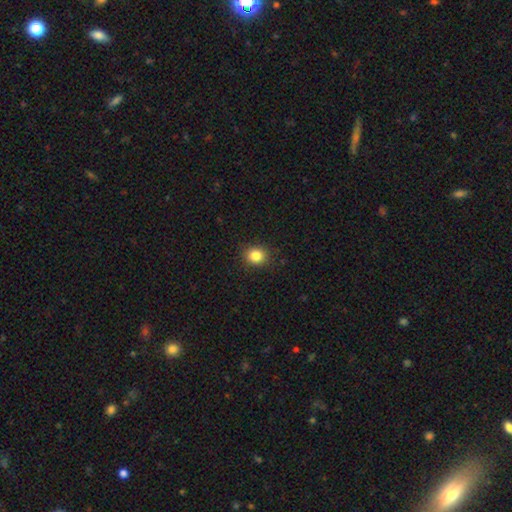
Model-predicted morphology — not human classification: smooth_or_featured: smooth (p=0.84) [alt: star or artifact p=0.11]
how_rounded: round (p=0.73) [alt: in between p=0.26]
merging: none (p=0.89) [alt: minor disturbance p=0.08]